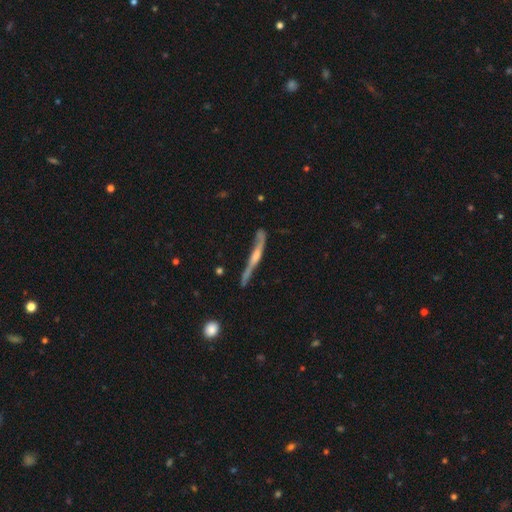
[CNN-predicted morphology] Smooth or featured?
  - featured or disk: 74% *
  - smooth: 20%
  - star or artifact: 6%
Edge-on disk?
  - yes: 88% *
  - no: 12%
Edge-on bulge?
  - rounded: 55% *
  - none: 24%
  - boxy: 21%
Merging?
  - none: 61% *
  - minor disturbance: 25%
  - major disturbance: 10%
  - merger: 5%